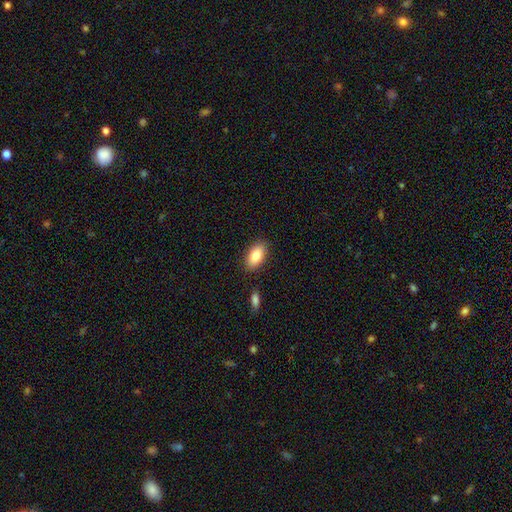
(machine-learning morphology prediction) smooth 85%, featured or disk 9%, star or artifact 7%. Down the decision tree: how rounded — in between (92%); merging — none (86%).